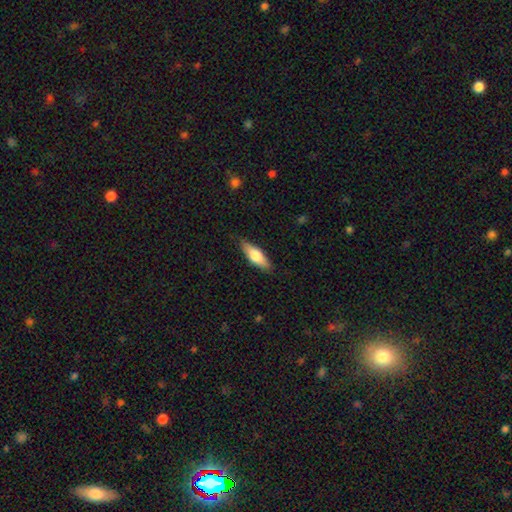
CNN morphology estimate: Q: Smooth or featured?
A: smooth (67%); runner-up: featured or disk (27%)
Q: How rounded?
A: in between (57%); runner-up: cigar-shaped (40%)
Q: Merging?
A: none (83%); runner-up: minor disturbance (14%)